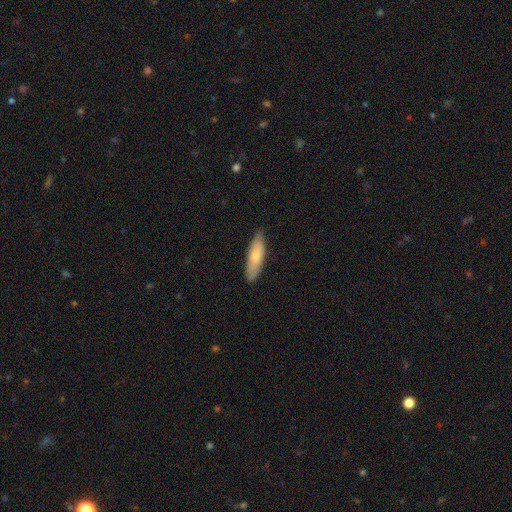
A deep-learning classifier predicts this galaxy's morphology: Q: Smooth or featured?
A: smooth (72%); runner-up: featured or disk (23%)
Q: How rounded?
A: cigar-shaped (57%); runner-up: in between (41%)
Q: Merging?
A: none (84%); runner-up: minor disturbance (13%)